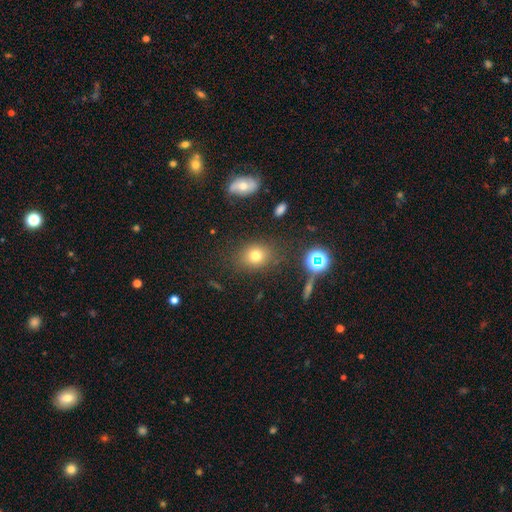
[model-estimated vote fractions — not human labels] The model was most divided on "how rounded": round: 59%, in between: 40%, cigar-shaped: 1%. More confident: merging — none (80%); smooth or featured — smooth (72%).